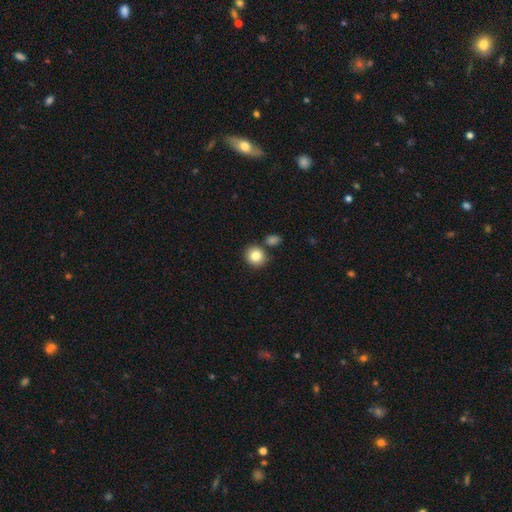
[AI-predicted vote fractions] Smooth or featured: smooth — 84% (star or artifact — 9%)
How rounded: round — 86% (in between — 14%)
Merging: none — 78% (merger — 10%)